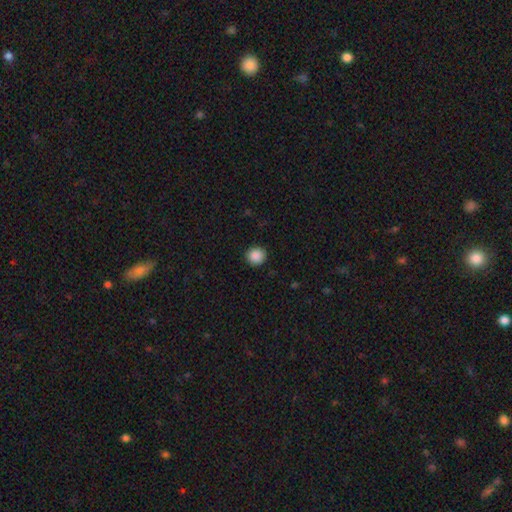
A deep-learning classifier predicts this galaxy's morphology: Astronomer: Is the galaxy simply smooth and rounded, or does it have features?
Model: smooth — 89%.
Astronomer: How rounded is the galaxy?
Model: round — 93%.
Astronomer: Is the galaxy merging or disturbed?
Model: none — 92%.